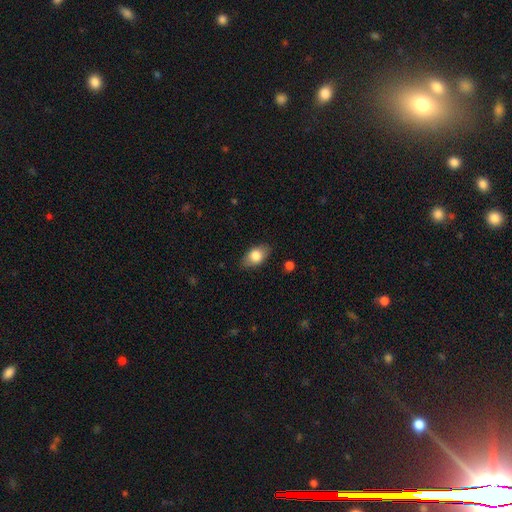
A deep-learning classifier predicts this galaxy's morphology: Smooth or featured: smooth — 78% (featured or disk — 15%)
How rounded: in between — 89% (round — 9%)
Merging: none — 83% (minor disturbance — 13%)